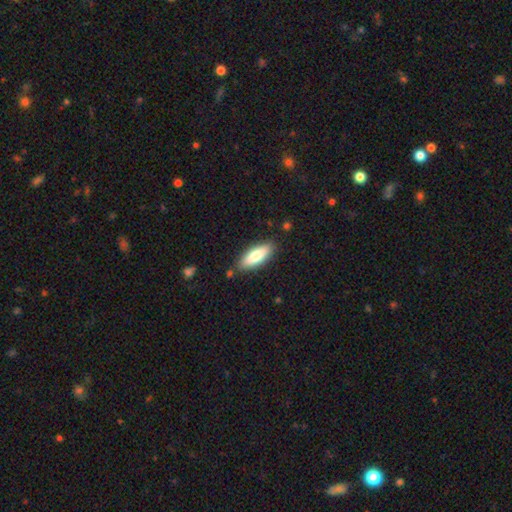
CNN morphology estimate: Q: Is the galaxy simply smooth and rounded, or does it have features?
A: smooth — 74%.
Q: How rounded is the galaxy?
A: in between — 63%.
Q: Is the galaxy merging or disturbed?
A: none — 85%.